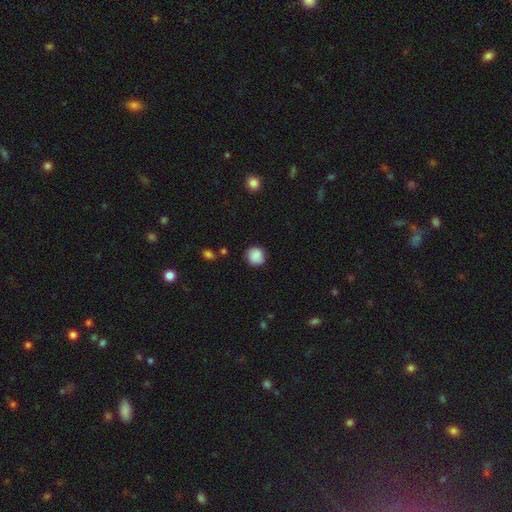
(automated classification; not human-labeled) Smooth or featured? smooth (87%)
How rounded? round (90%)
Merging? none (84%)